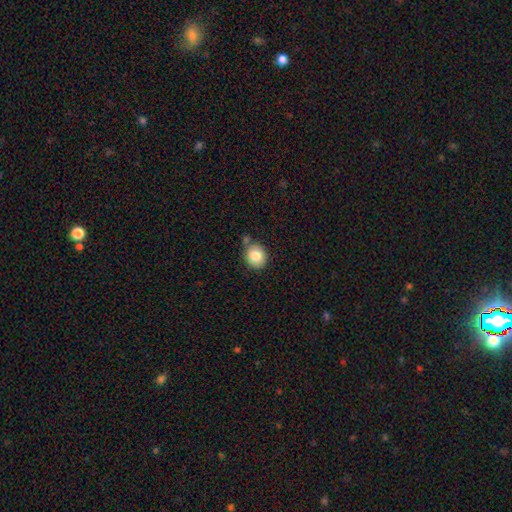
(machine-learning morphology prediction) type=smooth (84%); roundness=round (74%); merging=none (68%).